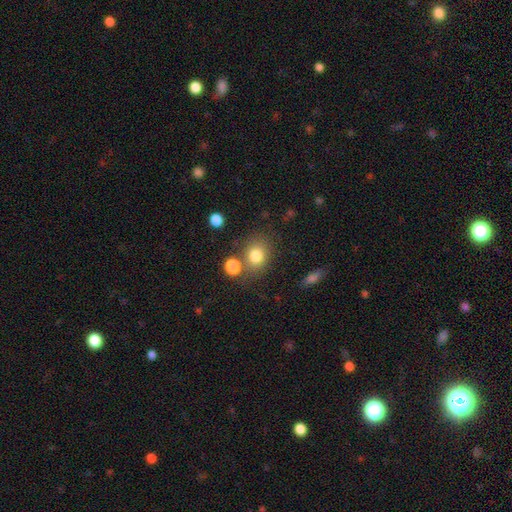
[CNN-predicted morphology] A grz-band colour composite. It shows a smooth galaxy with no disk features (80%) that is round (62%). Merging: none (67%).